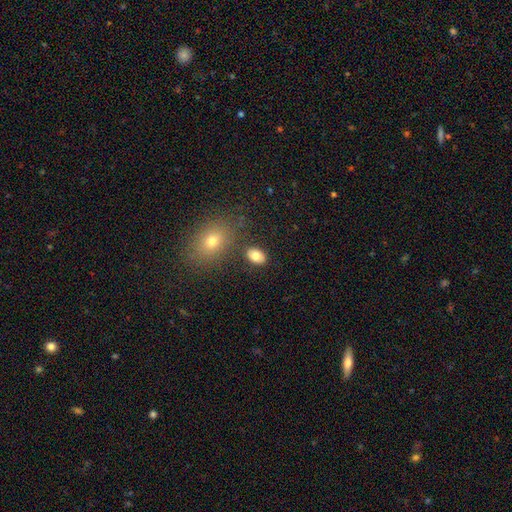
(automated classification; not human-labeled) smooth 80%, featured or disk 10%, star or artifact 9%. Down the decision tree: how rounded — in between (82%); merging — none (80%).